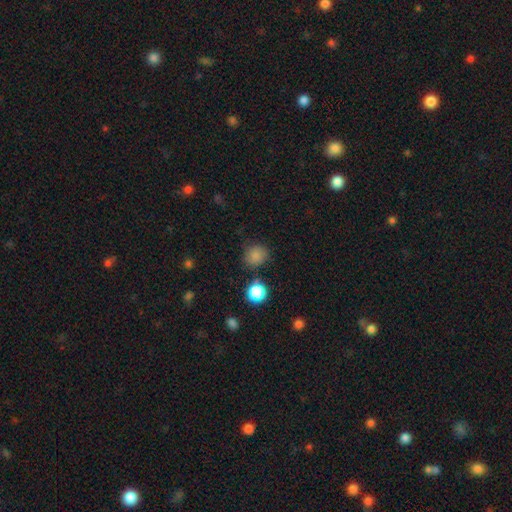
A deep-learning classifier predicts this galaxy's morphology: The model was most divided on "how rounded": round: 79%, in between: 20%, cigar-shaped: 1%. More confident: smooth or featured — smooth (80%); merging — none (77%).